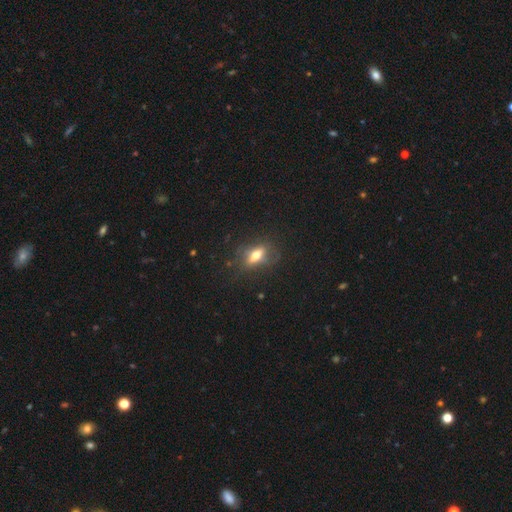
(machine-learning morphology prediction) Smooth or featured: smooth — 51% (featured or disk — 37%)
How rounded: in between — 64% (cigar-shaped — 24%)
Merging: none — 70% (minor disturbance — 18%)